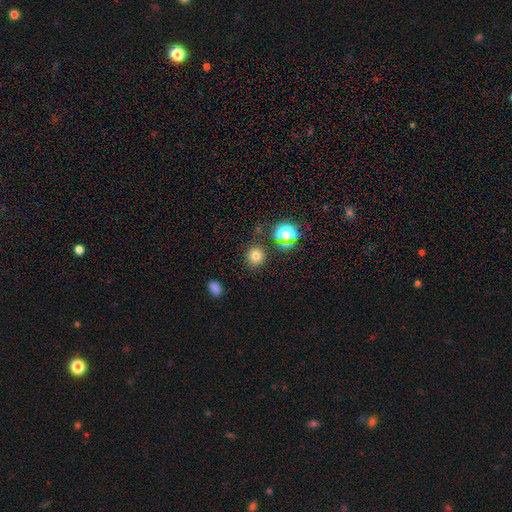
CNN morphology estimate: A smooth galaxy with no disk features (73%) that is round (90%).

Vote fractions:
- Smooth or featured? smooth: 73% / star or artifact: 20% / featured or disk: 7%
- How rounded? round: 90% / in between: 9% / cigar-shaped: 1%
- Merging? none: 86% / minor disturbance: 8% / merger: 4% / major disturbance: 3%